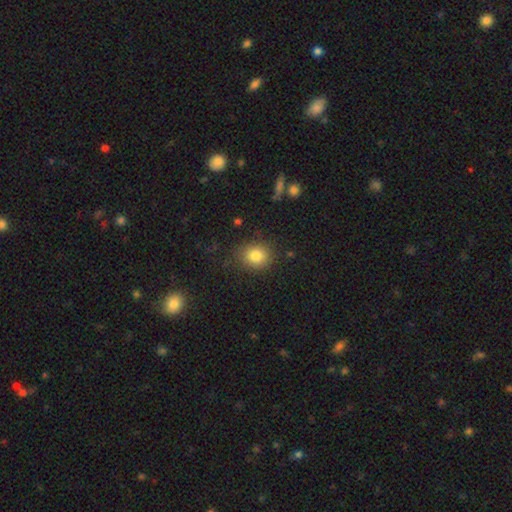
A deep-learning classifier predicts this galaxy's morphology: Smooth or featured? smooth (83%)
How rounded? round (69%)
Merging? none (82%)